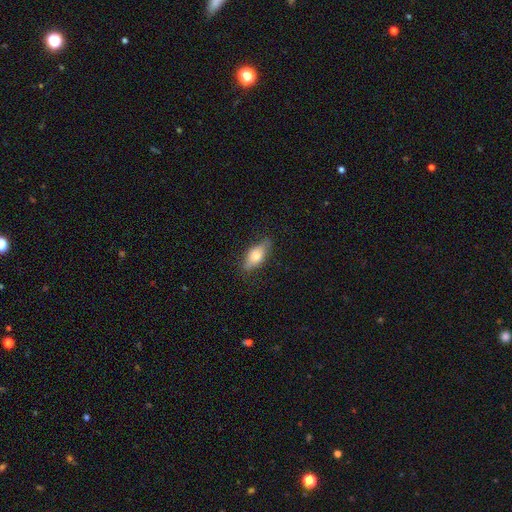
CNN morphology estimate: smooth_or_featured: smooth (p=0.66) [alt: featured or disk p=0.27]
how_rounded: in between (p=0.78) [alt: cigar-shaped p=0.18]
merging: none (p=0.78) [alt: minor disturbance p=0.17]